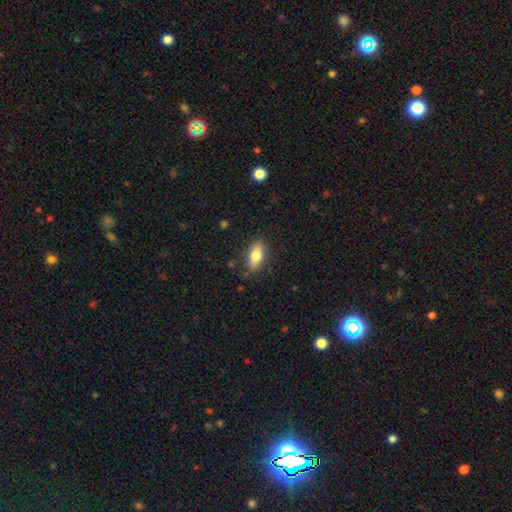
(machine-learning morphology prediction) Smooth or featured? smooth (77%)
How rounded? in between (84%)
Merging? none (83%)